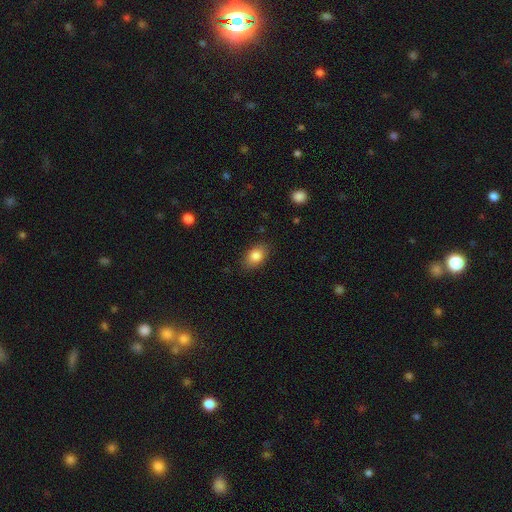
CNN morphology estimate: The model was most divided on "how rounded": in between: 85%, round: 13%, cigar-shaped: 2%. More confident: merging — none (85%); smooth or featured — smooth (84%).